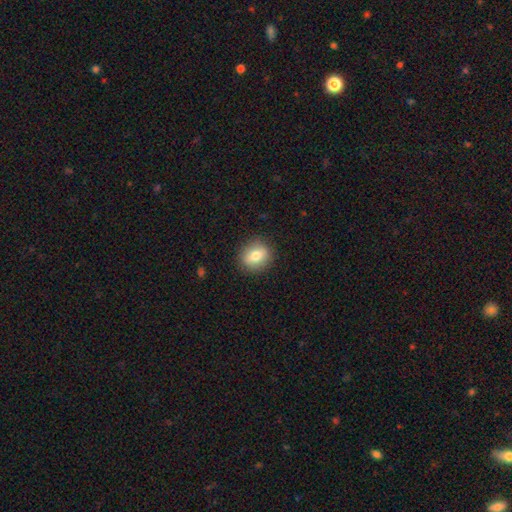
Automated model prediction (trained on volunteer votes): This appears to be a smooth galaxy with no disk features (72%) that is round (66%). Merging: none (88%).